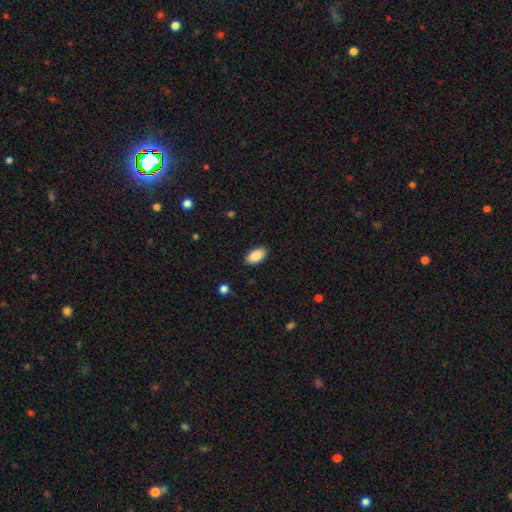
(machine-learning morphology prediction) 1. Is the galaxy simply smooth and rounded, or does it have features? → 89% smooth, 7% star or artifact, 5% featured or disk.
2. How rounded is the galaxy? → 94% in between, 3% cigar-shaped, 3% round.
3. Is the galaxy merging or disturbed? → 89% none, 8% minor disturbance, 2% major disturbance, 1% merger.